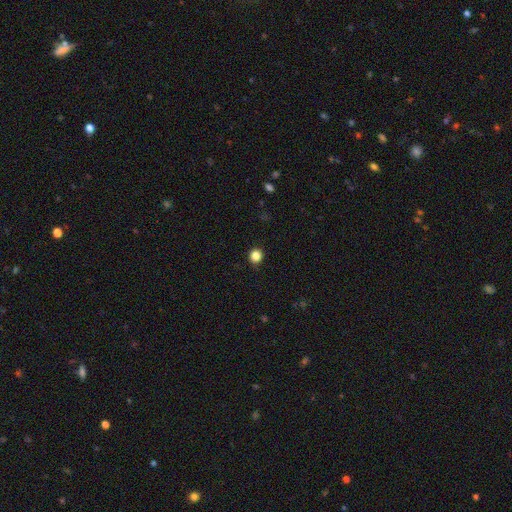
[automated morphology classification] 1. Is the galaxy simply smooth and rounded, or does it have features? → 86% smooth, 11% star or artifact, 3% featured or disk.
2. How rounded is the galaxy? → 92% round, 8% in between, 1% cigar-shaped.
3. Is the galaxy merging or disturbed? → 91% none, 6% minor disturbance, 2% major disturbance, 1% merger.